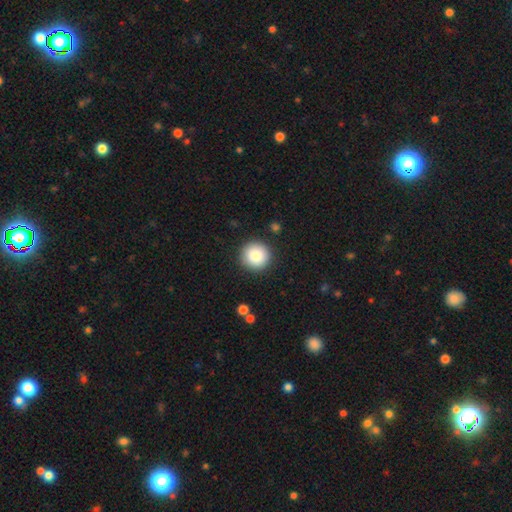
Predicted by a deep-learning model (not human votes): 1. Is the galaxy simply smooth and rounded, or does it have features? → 84% smooth, 9% star or artifact, 7% featured or disk.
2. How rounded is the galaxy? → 95% round, 4% in between, 1% cigar-shaped.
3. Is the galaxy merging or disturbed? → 91% none, 6% minor disturbance, 2% major disturbance, 2% merger.